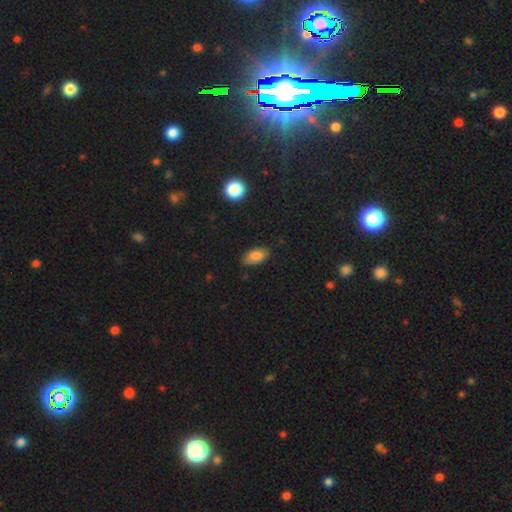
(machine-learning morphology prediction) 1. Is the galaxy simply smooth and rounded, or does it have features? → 83% smooth, 9% star or artifact, 8% featured or disk.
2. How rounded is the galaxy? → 92% in between, 4% cigar-shaped, 4% round.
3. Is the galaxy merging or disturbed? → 79% none, 17% minor disturbance, 3% major disturbance, 1% merger.